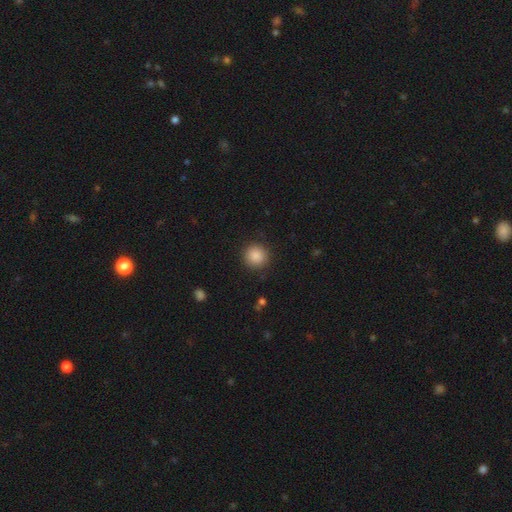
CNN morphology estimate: Smooth or featured? smooth (88%)
How rounded? round (94%)
Merging? none (90%)